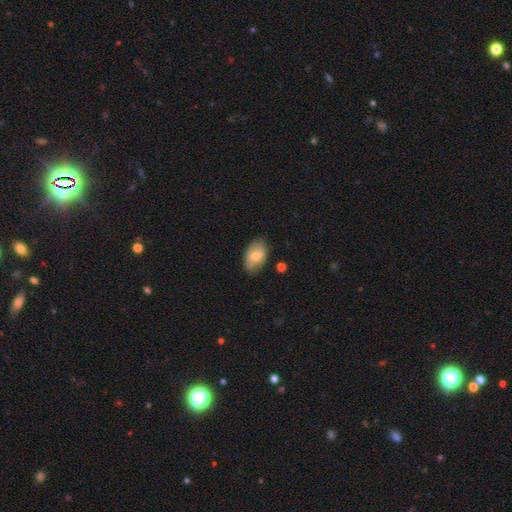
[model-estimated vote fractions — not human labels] Smooth or featured? smooth (69%)
How rounded? in between (90%)
Merging? none (72%)